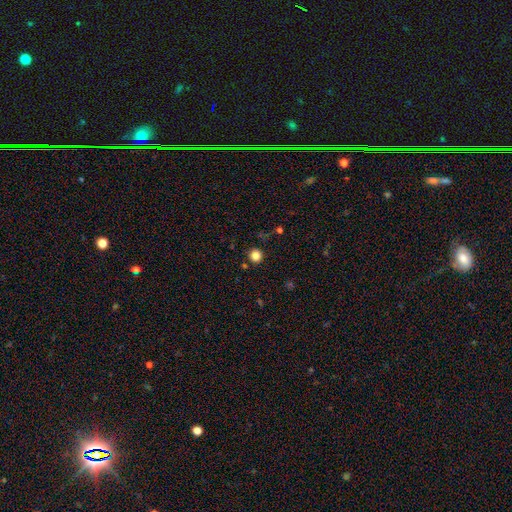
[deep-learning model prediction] Smooth or featured? Predicted: smooth (p=0.83). How rounded? Predicted: round (p=0.94). Merging? Predicted: none (p=0.89).